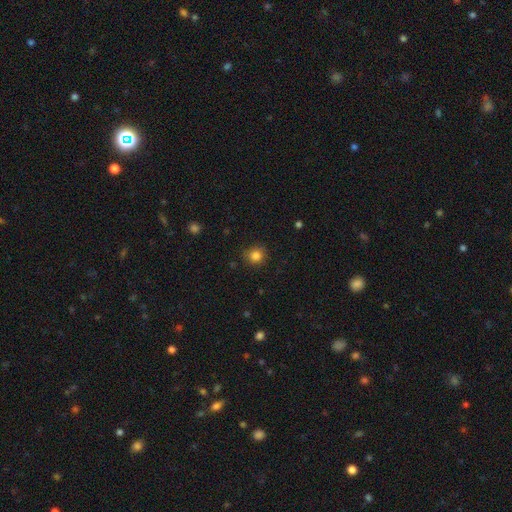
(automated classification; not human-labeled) The model was most divided on "smooth or featured": smooth: 84%, star or artifact: 12%, featured or disk: 5%. More confident: how rounded — round (88%); merging — none (84%).